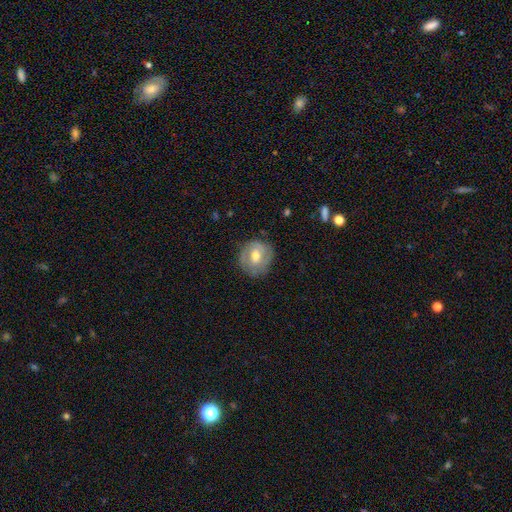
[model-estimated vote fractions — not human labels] Smooth or featured? featured or disk (51%)
Edge-on disk? no (96%)
Merging? none (75%)